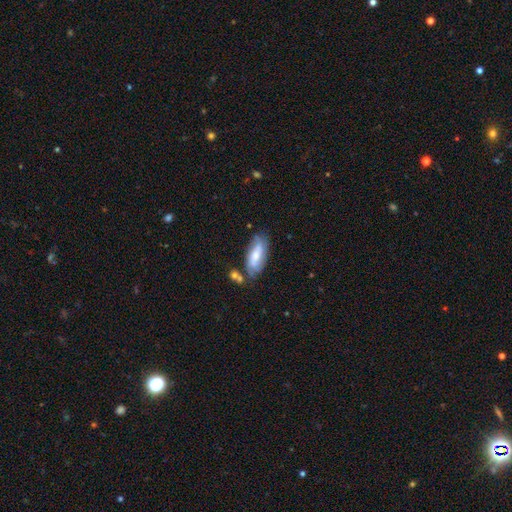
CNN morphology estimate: Smooth or featured?
  - smooth: 59% *
  - featured or disk: 34%
  - star or artifact: 7%
How rounded?
  - in between: 78% *
  - cigar-shaped: 20%
  - round: 2%
Merging?
  - none: 60% *
  - minor disturbance: 24%
  - merger: 9%
  - major disturbance: 7%